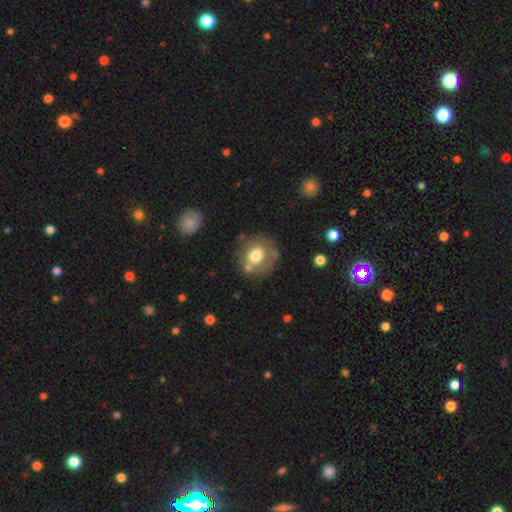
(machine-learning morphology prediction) This appears to be a smooth galaxy with no disk features (65%) that is round (81%). Merging: none (71%).